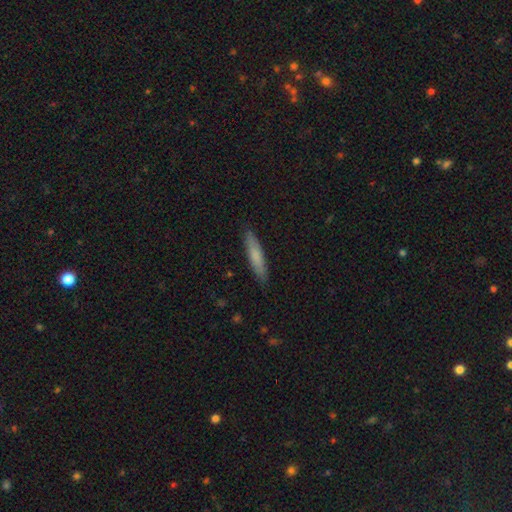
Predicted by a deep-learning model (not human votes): The model was most divided on "smooth or featured": smooth: 75%, featured or disk: 19%, star or artifact: 5%. More confident: merging — none (88%); how rounded — cigar-shaped (88%).